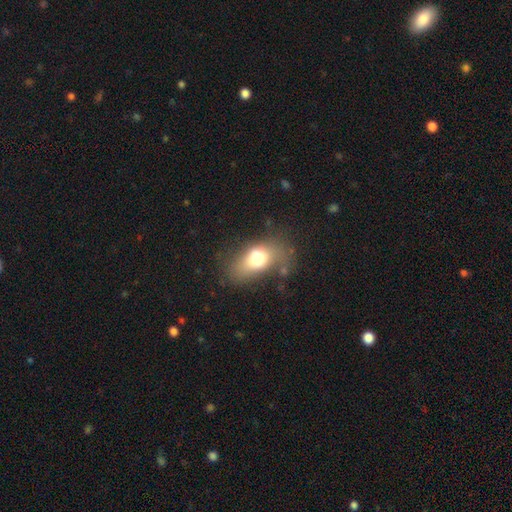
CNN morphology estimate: smooth_or_featured: smooth (p=0.68) [alt: featured or disk p=0.22]
how_rounded: in between (p=0.86) [alt: round p=0.11]
merging: none (p=0.45) [alt: minor disturbance p=0.28]